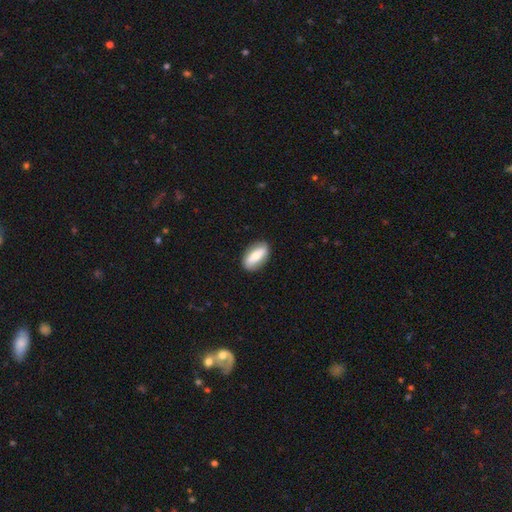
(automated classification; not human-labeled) This appears to be a smooth galaxy with no disk features (64%) that is in between round and cigar-shaped (86%). Merging: none (87%).